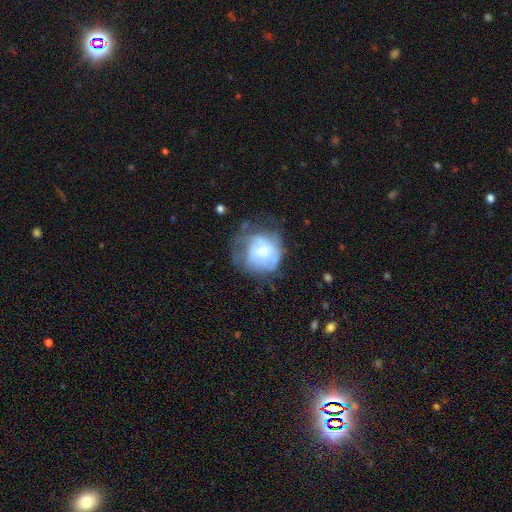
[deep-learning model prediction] Smooth or featured?
  - featured or disk: 46% *
  - smooth: 44%
  - star or artifact: 9%
Merging?
  - none: 38% *
  - major disturbance: 32%
  - minor disturbance: 27%
  - merger: 3%